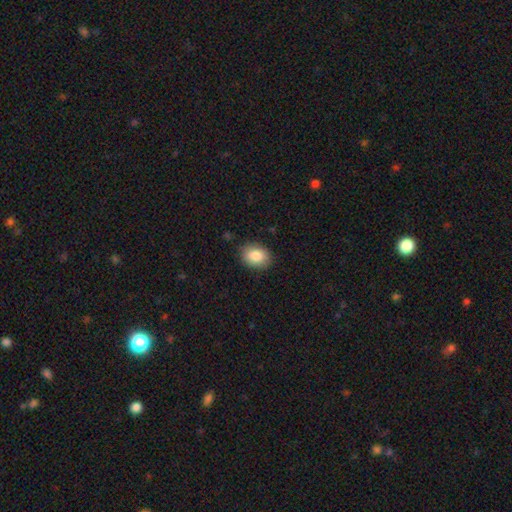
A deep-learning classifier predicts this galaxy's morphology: Smooth or featured: smooth — 87% (star or artifact — 7%)
How rounded: in between — 68% (round — 31%)
Merging: none — 86% (minor disturbance — 11%)